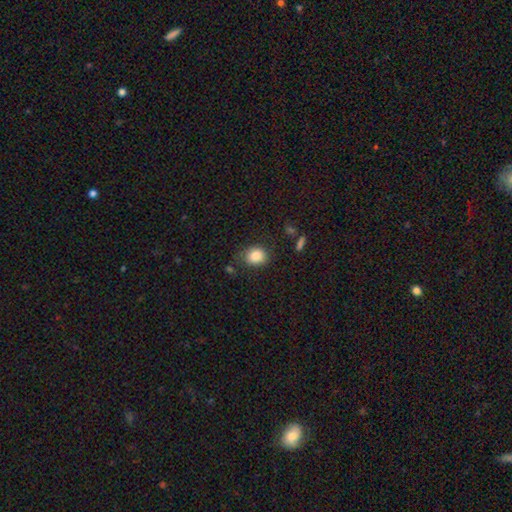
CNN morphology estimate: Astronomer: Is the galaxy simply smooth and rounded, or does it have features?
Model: smooth — 85%.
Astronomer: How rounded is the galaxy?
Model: round — 60% (runner-up: in between, 39%).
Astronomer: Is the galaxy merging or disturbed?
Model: none — 74%.